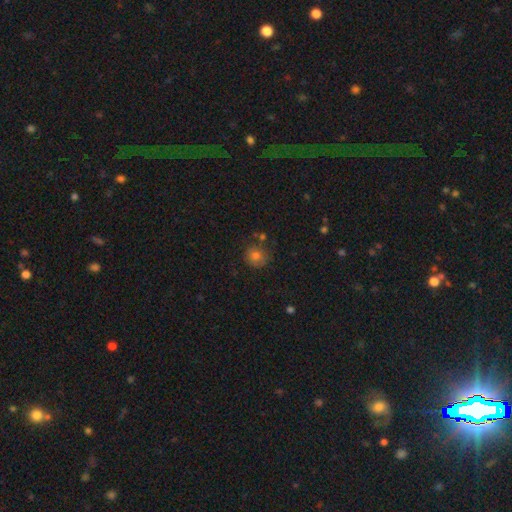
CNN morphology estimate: Q: Smooth or featured?
A: smooth (76%); runner-up: star or artifact (13%)
Q: How rounded?
A: round (88%); runner-up: in between (11%)
Q: Merging?
A: none (75%); runner-up: minor disturbance (14%)